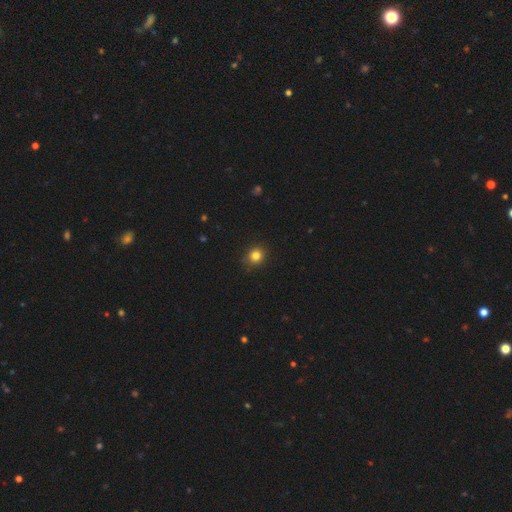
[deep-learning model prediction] A smooth galaxy with no disk features (82%) that is round (86%). Merging: none (88%).